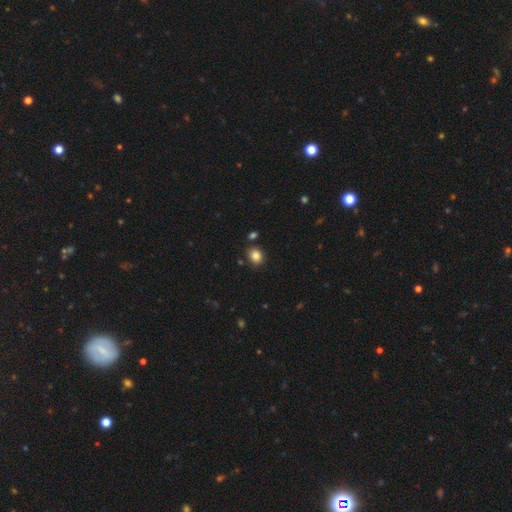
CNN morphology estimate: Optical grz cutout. It shows a smooth galaxy with no disk features (85%) that is round (50%). Merging: none (82%).